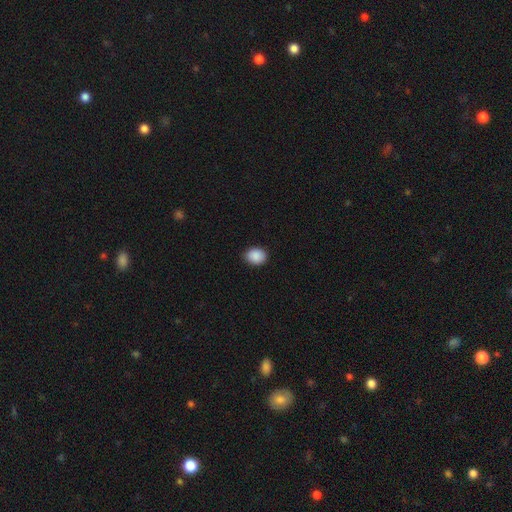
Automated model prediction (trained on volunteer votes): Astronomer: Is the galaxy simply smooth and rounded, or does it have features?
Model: smooth — 90%.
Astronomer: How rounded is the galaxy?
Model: in between — 51% (runner-up: round, 48%).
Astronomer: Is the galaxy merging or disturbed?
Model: none — 87%.